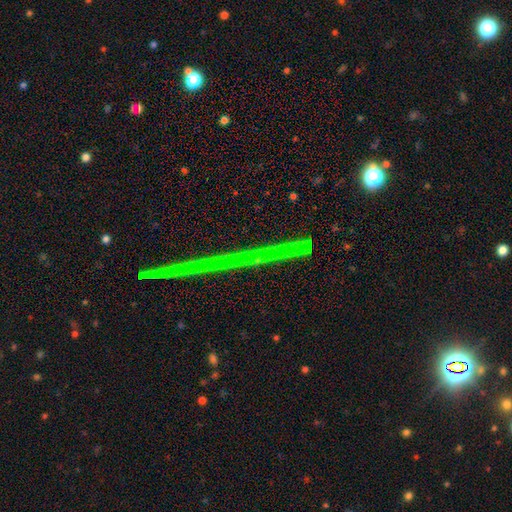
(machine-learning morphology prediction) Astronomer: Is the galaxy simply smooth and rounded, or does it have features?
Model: star or artifact — 78%.